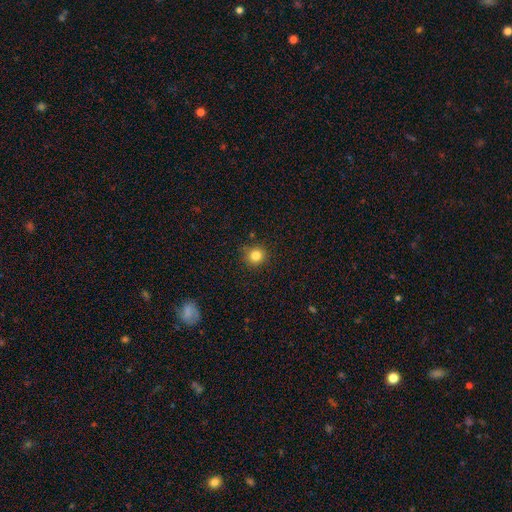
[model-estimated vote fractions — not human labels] This is clearly a smooth galaxy (82%). How rounded: clearly round (90%). Merging: clearly none (86%).